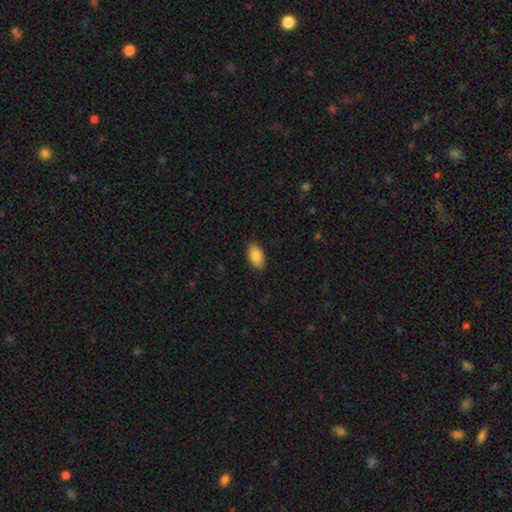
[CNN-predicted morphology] smooth_or_featured: smooth (p=0.85) [alt: featured or disk p=0.08]
how_rounded: in between (p=0.94) [alt: round p=0.04]
merging: none (p=0.89) [alt: minor disturbance p=0.08]